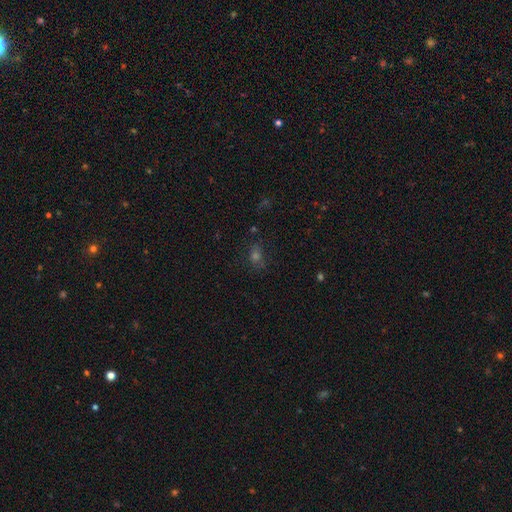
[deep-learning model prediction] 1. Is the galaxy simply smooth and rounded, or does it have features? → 48% smooth, 37% star or artifact, 15% featured or disk.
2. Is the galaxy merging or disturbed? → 74% none, 16% minor disturbance, 7% major disturbance, 3% merger.